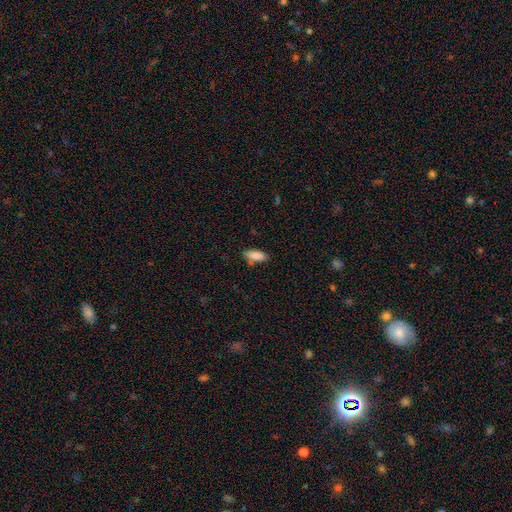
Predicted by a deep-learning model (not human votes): Morphology: type=smooth (87%); roundness=in between (72%); merging=none (75%).